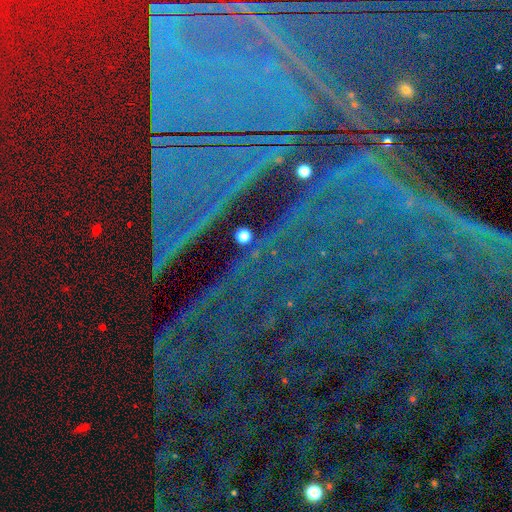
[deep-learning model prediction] A star or artifact, not a galaxy (88%).

Vote fractions:
- Smooth or featured? star or artifact: 88% / featured or disk: 7% / smooth: 5%